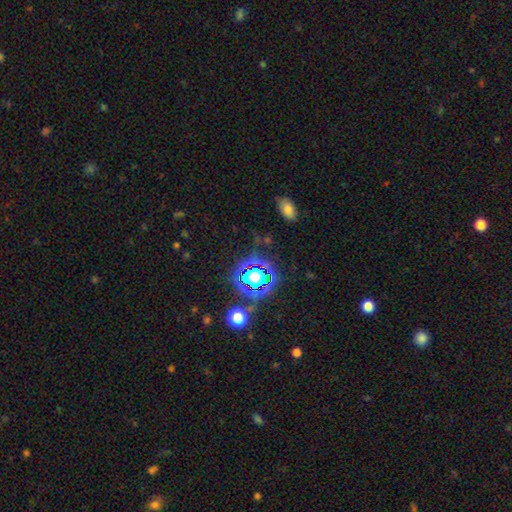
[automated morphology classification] star or artifact 73%, smooth 18%, featured or disk 9%.